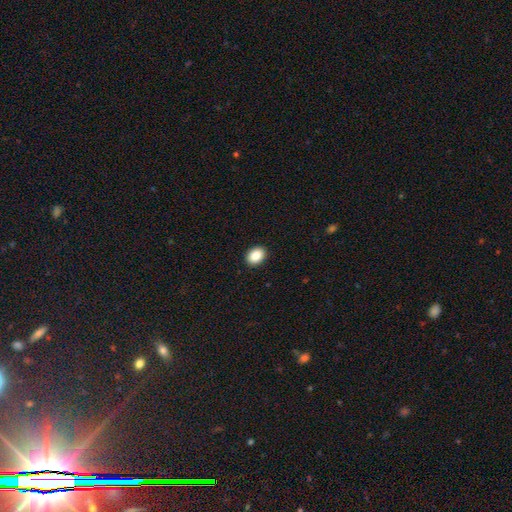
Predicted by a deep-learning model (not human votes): This appears to be a smooth galaxy with no disk features (87%) that is in between round and cigar-shaped (68%). Merging: none (92%).